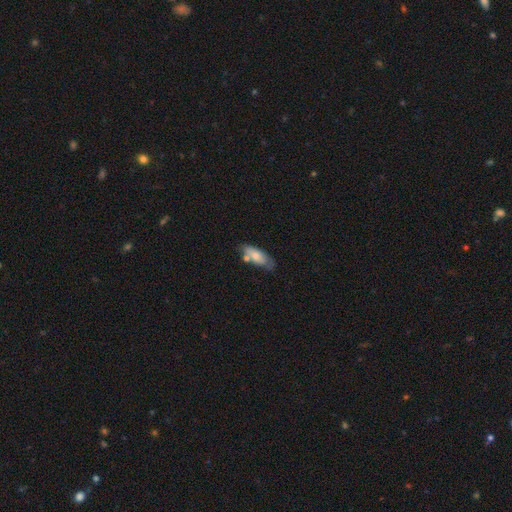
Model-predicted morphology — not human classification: A smooth galaxy with no disk features (69%) that is in between round and cigar-shaped (76%). Merging: none (59%).